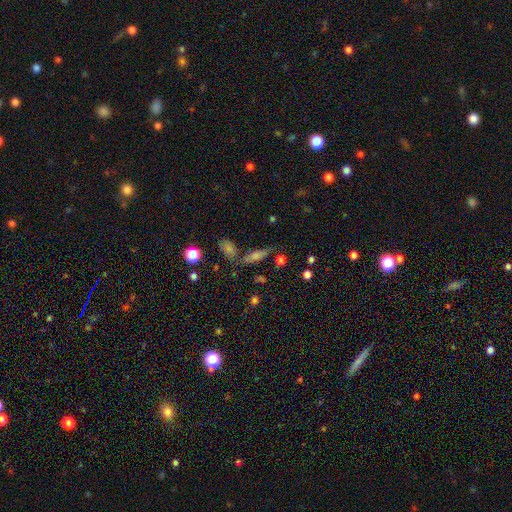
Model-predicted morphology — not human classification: smooth_or_featured: smooth (p=0.47) [alt: featured or disk p=0.35]
merging: none (p=0.67) [alt: merger p=0.16]